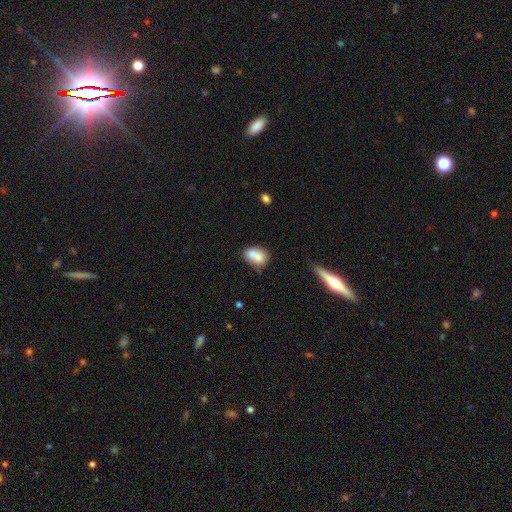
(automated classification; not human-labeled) Overall: smooth (75%). How rounded: in between (75%). Merging: merger (41%; none 36%).